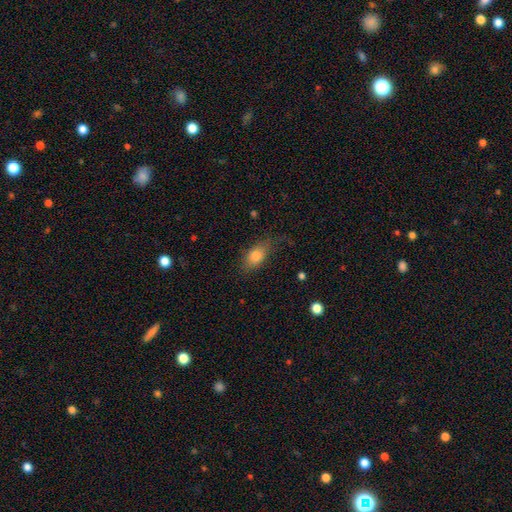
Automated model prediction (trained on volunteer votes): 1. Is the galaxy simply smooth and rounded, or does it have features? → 79% smooth, 13% featured or disk, 9% star or artifact.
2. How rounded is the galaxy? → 83% in between, 9% round, 8% cigar-shaped.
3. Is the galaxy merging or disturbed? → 68% none, 22% minor disturbance, 8% major disturbance, 2% merger.